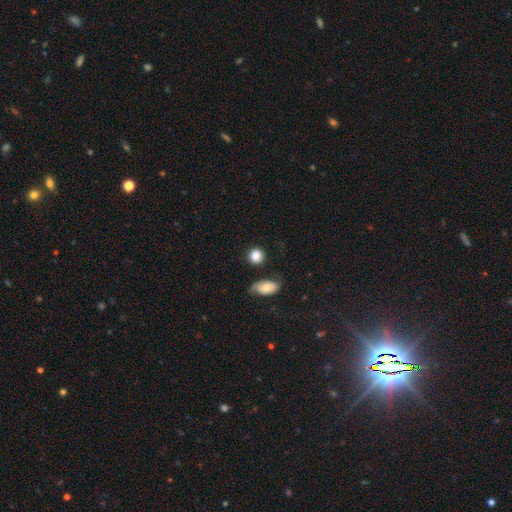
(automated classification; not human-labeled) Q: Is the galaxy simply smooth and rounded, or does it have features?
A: smooth — 84%.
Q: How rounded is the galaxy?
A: round — 86%.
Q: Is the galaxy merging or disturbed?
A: none — 78%.